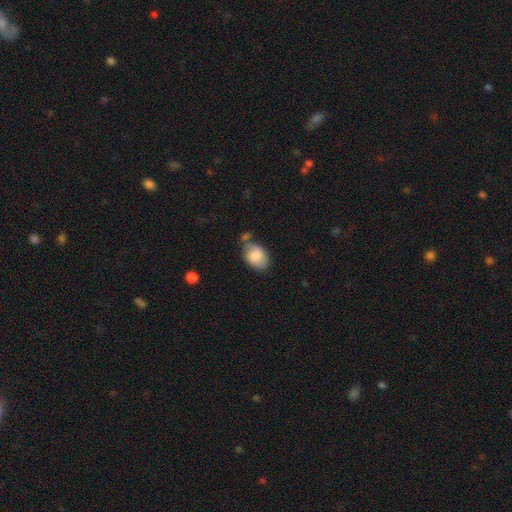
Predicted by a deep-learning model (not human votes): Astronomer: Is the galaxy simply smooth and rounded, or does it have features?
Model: smooth — 80%.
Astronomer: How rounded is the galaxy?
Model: in between — 83%.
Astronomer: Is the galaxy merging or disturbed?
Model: none — 55%.